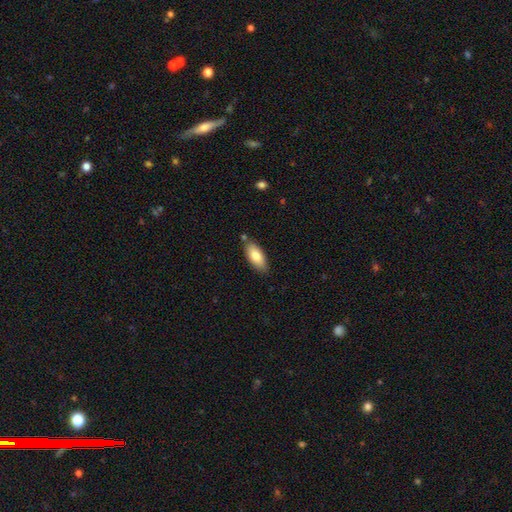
Q: Smooth or featured?
A: smooth (78%); runner-up: featured or disk (18%)
Q: How rounded?
A: in between (81%); runner-up: cigar-shaped (13%)
Q: Merging?
A: none (79%); runner-up: minor disturbance (8%)